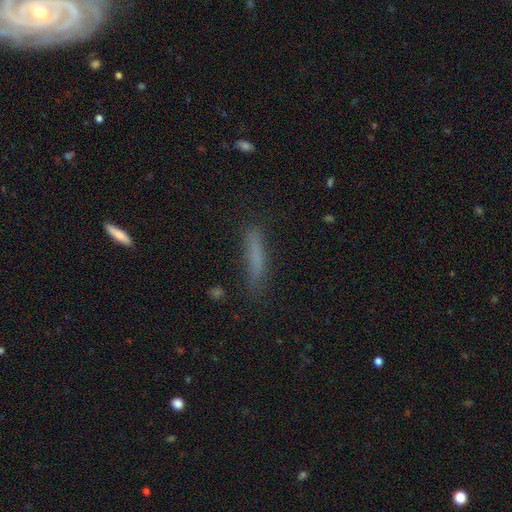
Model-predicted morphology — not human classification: This is likely a smooth galaxy (72%). How rounded: clearly cigar-shaped (88%). Merging: likely none (74%).